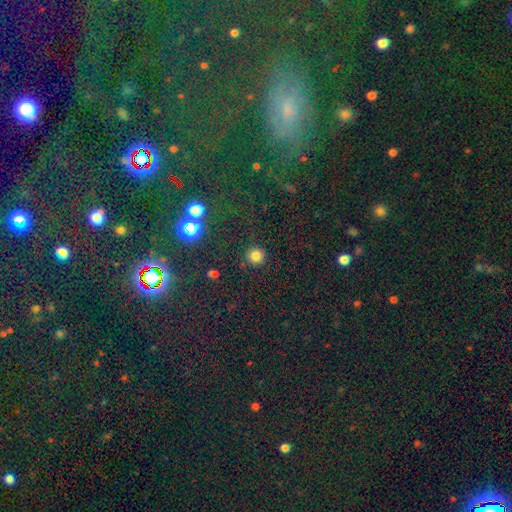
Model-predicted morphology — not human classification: Smooth or featured? Predicted: smooth (p=0.79). How rounded? Predicted: round (p=0.94). Merging? Predicted: none (p=0.87).